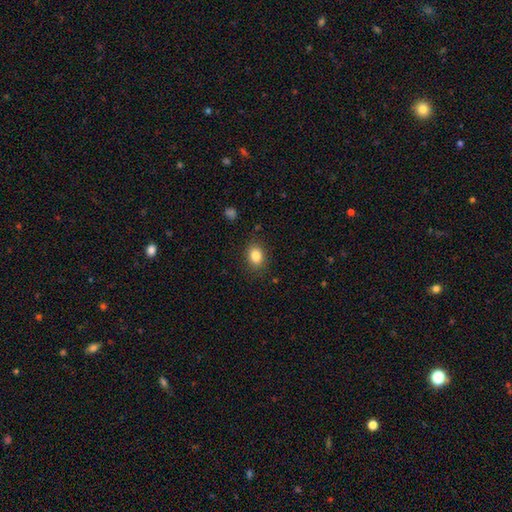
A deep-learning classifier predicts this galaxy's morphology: smooth 84%, star or artifact 9%, featured or disk 6%. Down the decision tree: how rounded — in between (63%); merging — none (84%).